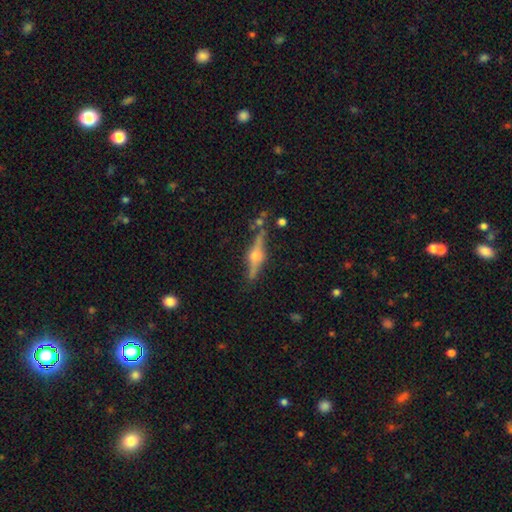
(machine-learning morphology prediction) smooth_or_featured: featured or disk (p=0.82) [alt: smooth p=0.11]
disk_edge_on: yes (p=0.97) [alt: no p=0.03]
edge_on_bulge: rounded (p=0.94) [alt: boxy p=0.04]
merging: none (p=0.82) [alt: minor disturbance p=0.11]